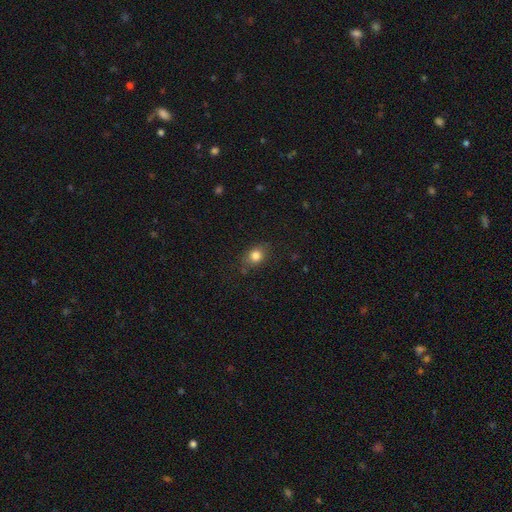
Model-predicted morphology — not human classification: This is clearly a smooth galaxy (82%). How rounded: possibly round (51%). Merging: likely none (77%).